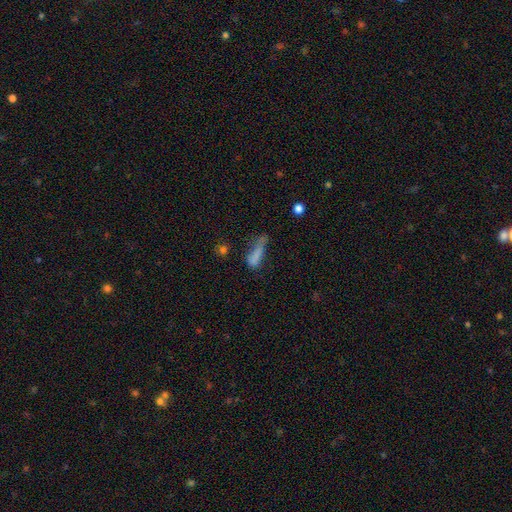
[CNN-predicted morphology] This is likely a smooth galaxy (73%). How rounded: likely cigar-shaped (61%). Merging: marginally none (32%).